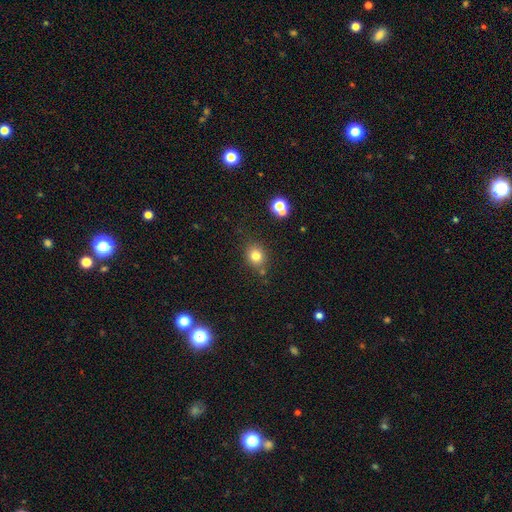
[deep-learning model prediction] Q: Smooth or featured?
A: smooth (79%); runner-up: star or artifact (14%)
Q: How rounded?
A: round (73%); runner-up: in between (26%)
Q: Merging?
A: none (79%); runner-up: minor disturbance (12%)